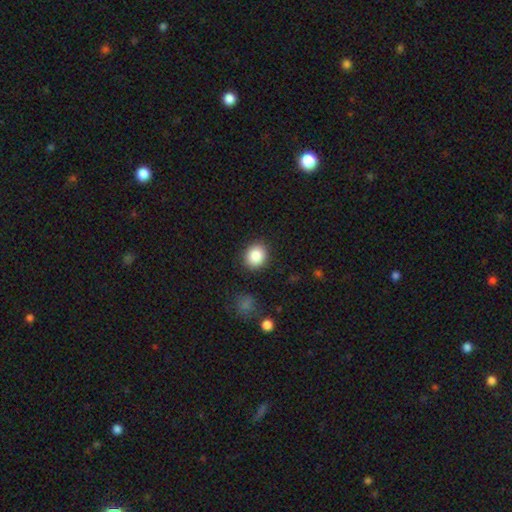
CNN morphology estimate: smooth 86%, star or artifact 9%, featured or disk 5%. Down the decision tree: how rounded — round (75%); merging — none (89%).